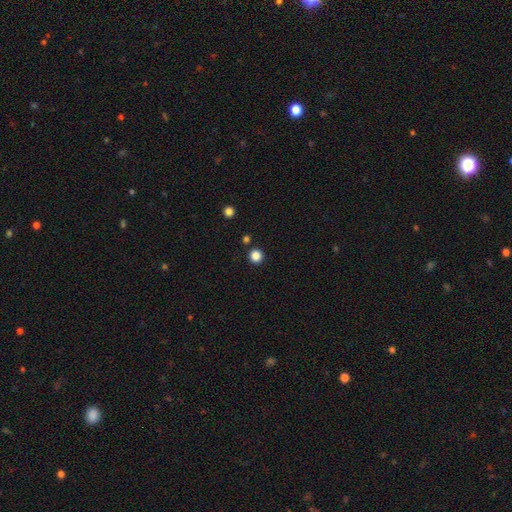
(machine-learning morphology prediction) type=smooth (85%); roundness=round (93%); merging=none (89%).